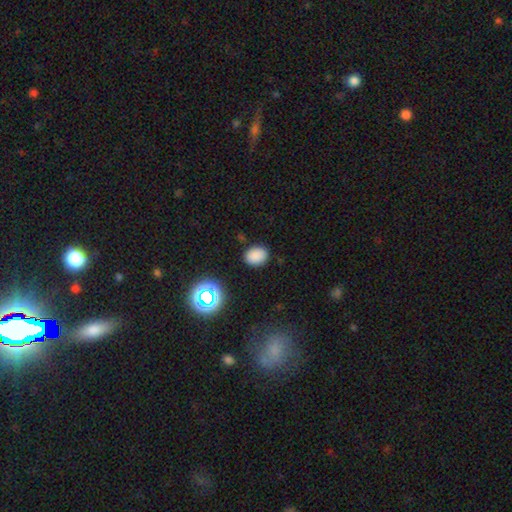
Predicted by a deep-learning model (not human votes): Smooth or featured: smooth — 82% (star or artifact — 14%)
How rounded: in between — 59% (round — 40%)
Merging: none — 86% (minor disturbance — 10%)